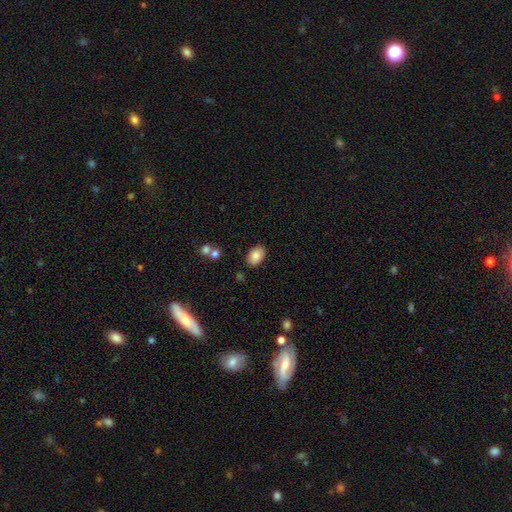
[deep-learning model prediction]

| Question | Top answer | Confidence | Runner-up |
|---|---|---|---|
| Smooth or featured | smooth | 86% | star or artifact (8%) |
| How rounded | in between | 87% | round (12%) |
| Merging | none | 84% | minor disturbance (11%) |